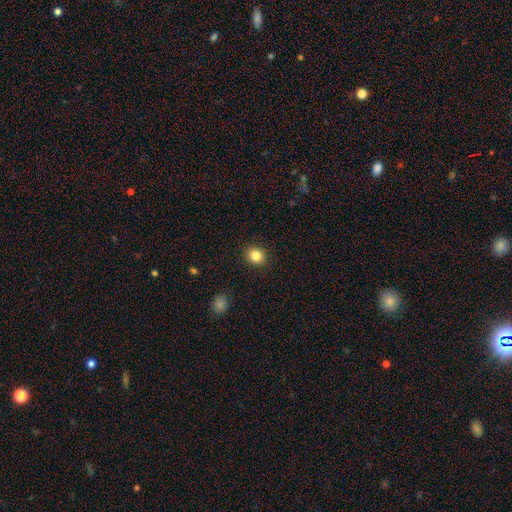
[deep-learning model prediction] Smooth or featured? Predicted: smooth (p=0.85). How rounded? Predicted: round (p=0.81). Merging? Predicted: none (p=0.91).